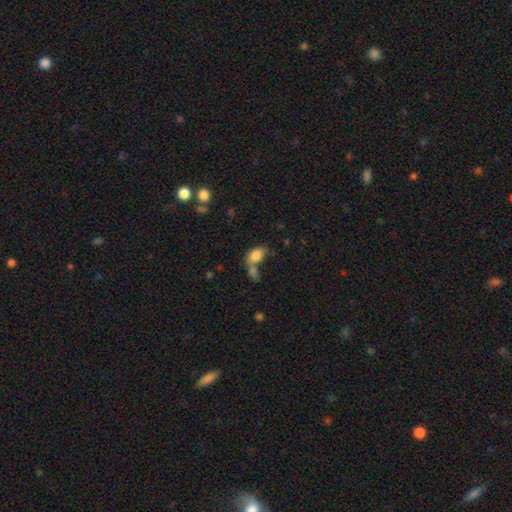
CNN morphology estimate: Smooth or featured?
  - smooth: 83% *
  - star or artifact: 9%
  - featured or disk: 8%
How rounded?
  - in between: 88% *
  - round: 10%
  - cigar-shaped: 2%
Merging?
  - merger: 45% *
  - none: 34%
  - minor disturbance: 13%
  - major disturbance: 8%